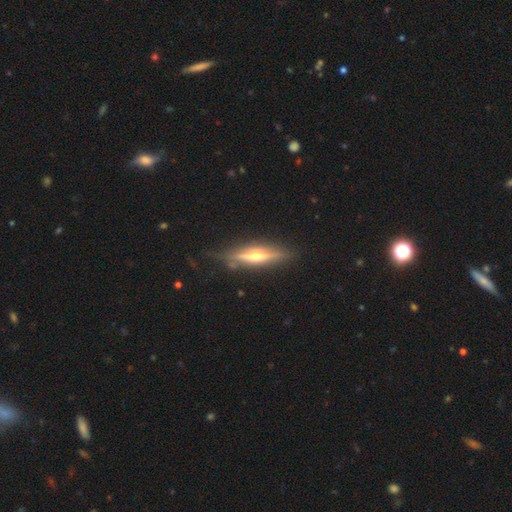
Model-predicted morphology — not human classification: type=featured or disk (69%); edge-on=yes (93%); edge-on bulge=rounded (81%); merging=none (77%).